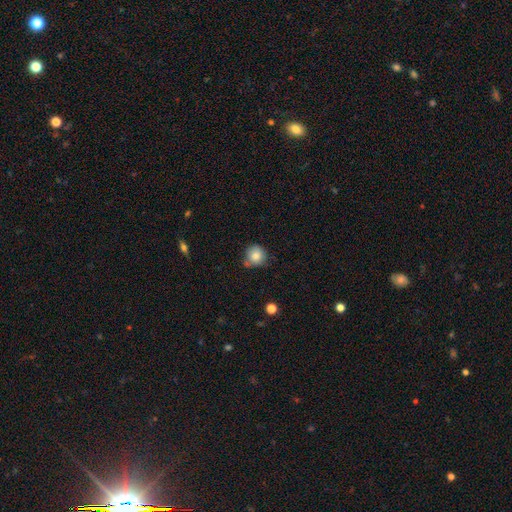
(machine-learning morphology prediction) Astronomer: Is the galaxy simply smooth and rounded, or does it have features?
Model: smooth — 83%.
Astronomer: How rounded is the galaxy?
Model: round — 91%.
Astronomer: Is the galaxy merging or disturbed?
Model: none — 67%.